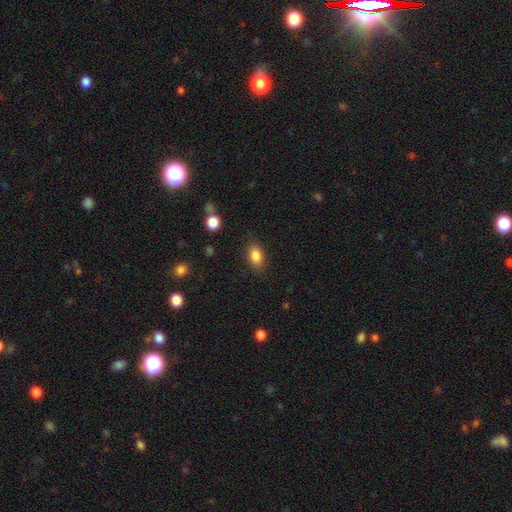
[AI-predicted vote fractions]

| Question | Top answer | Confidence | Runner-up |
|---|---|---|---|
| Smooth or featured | smooth | 84% | star or artifact (9%) |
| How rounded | in between | 84% | round (13%) |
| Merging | none | 79% | minor disturbance (15%) |